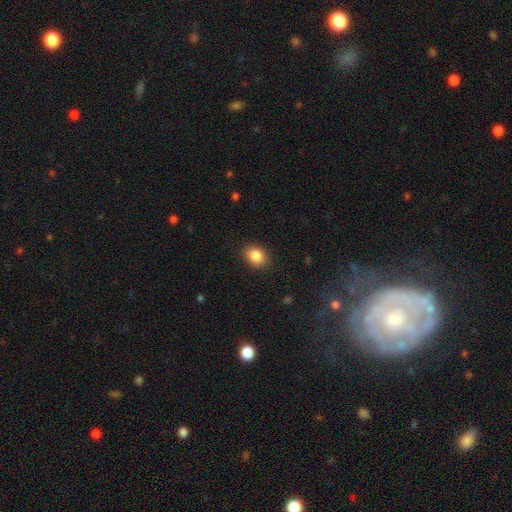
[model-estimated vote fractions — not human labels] A smooth galaxy with no disk features (86%) that is in between round and cigar-shaped (60%). Merging: none (87%).